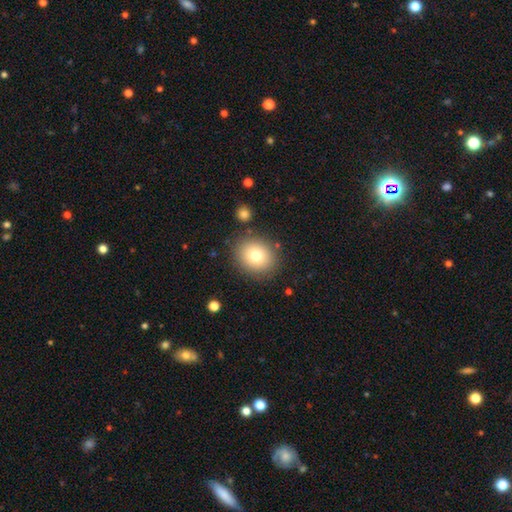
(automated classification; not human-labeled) This is likely a smooth galaxy (78%). How rounded: likely round (71%). Merging: clearly none (84%).